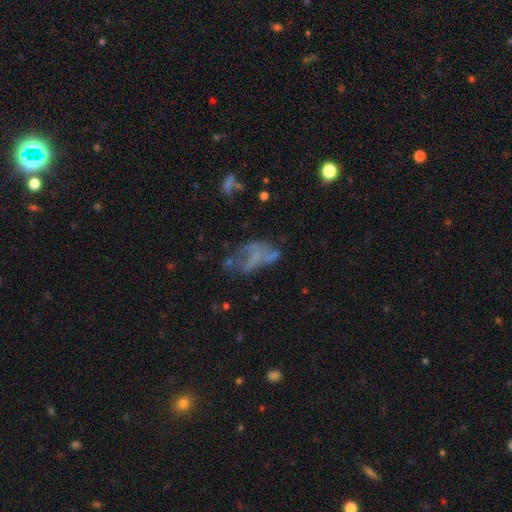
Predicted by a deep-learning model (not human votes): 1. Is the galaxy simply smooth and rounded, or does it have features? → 46% featured or disk, 36% smooth, 18% star or artifact.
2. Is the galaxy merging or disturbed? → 38% major disturbance, 30% none, 21% minor disturbance, 11% merger.